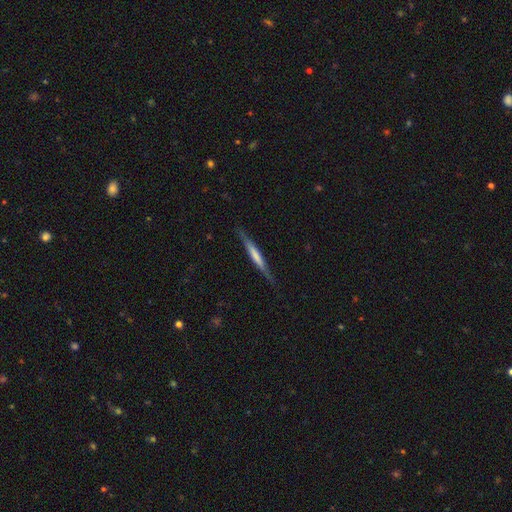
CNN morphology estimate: Smooth or featured? Predicted: featured or disk (p=0.50). Merging? Predicted: none (p=0.84).